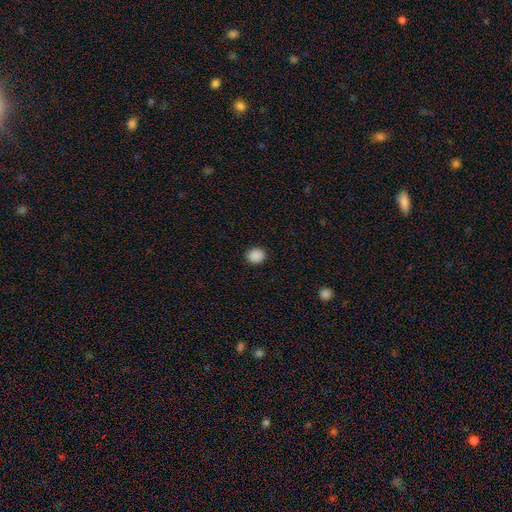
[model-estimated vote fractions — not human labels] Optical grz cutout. It shows a smooth galaxy with no disk features (89%) that is round (68%). Merging: none (91%).